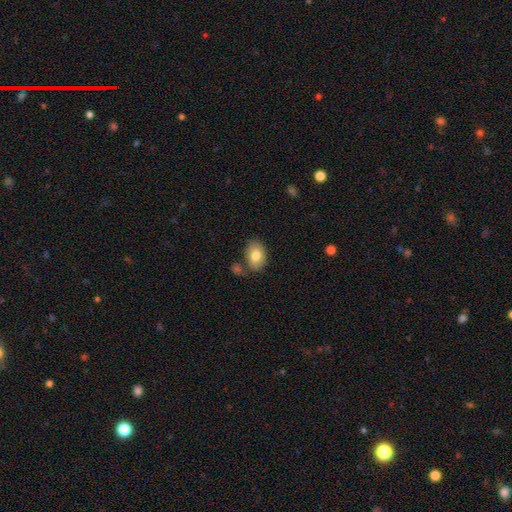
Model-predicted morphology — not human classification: type=smooth (79%); roundness=in between (79%); merging=none (73%).